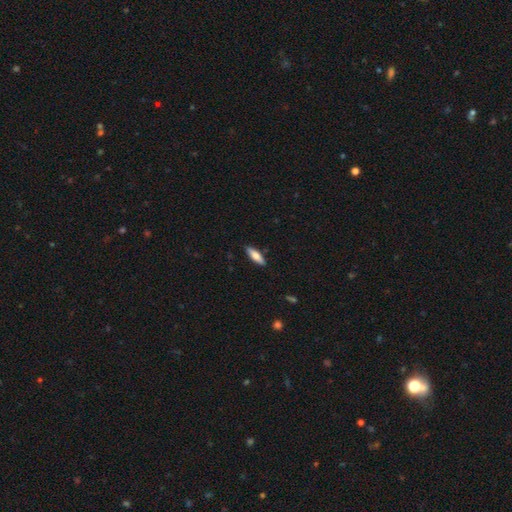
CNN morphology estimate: This is likely a smooth galaxy (66%). How rounded: possibly cigar-shaped (53%). Merging: clearly none (88%).